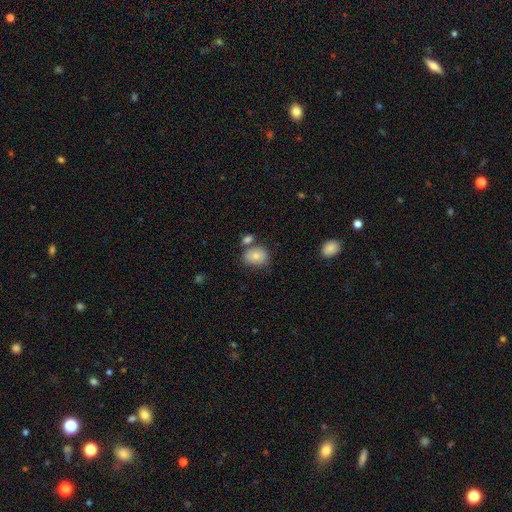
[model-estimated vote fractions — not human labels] Smooth or featured? smooth (77%)
How rounded? in between (55%)
Merging? none (56%)